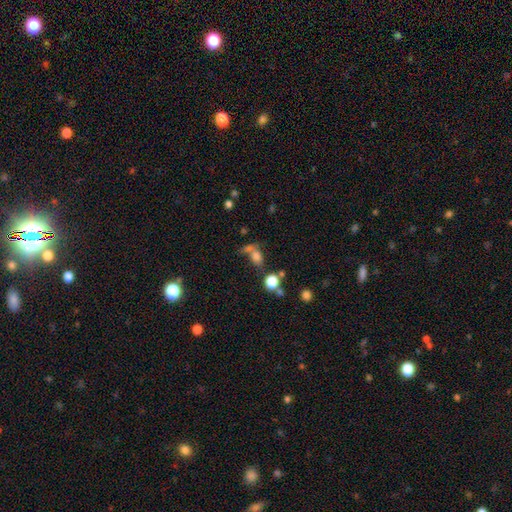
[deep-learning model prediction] The model was most divided on "merging": none: 41%, merger: 33%, minor disturbance: 13%, major disturbance: 13%. More confident: smooth or featured — smooth (72%); how rounded — in between (57%).